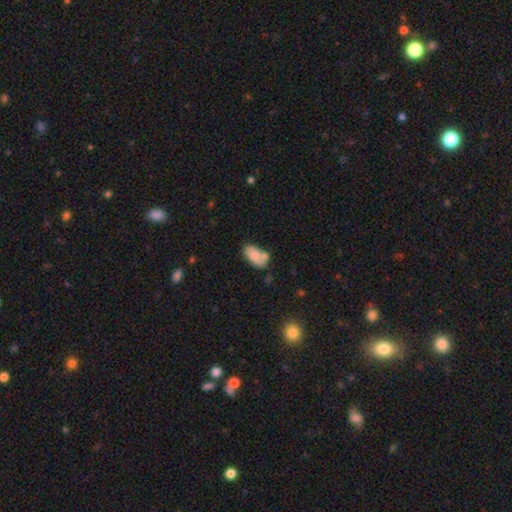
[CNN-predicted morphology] A smooth galaxy with no disk features (76%) that is in between round and cigar-shaped (92%). Merging: none (47%).